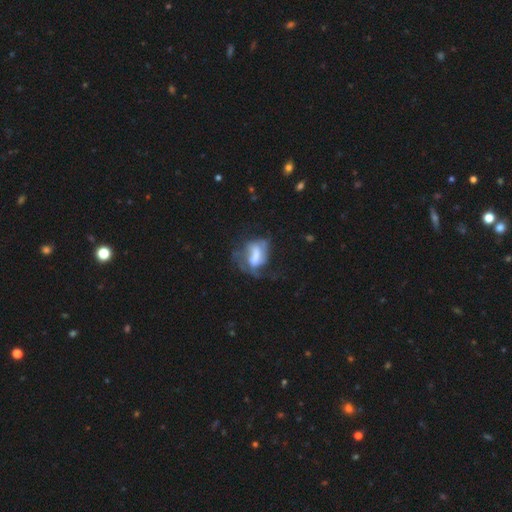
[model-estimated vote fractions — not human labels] Morphology: type=featured or disk (56%); edge-on=no (95%); bar=strong (35%); spiral arms=yes (59%); bulge=none (28%); merging=major disturbance (40%).